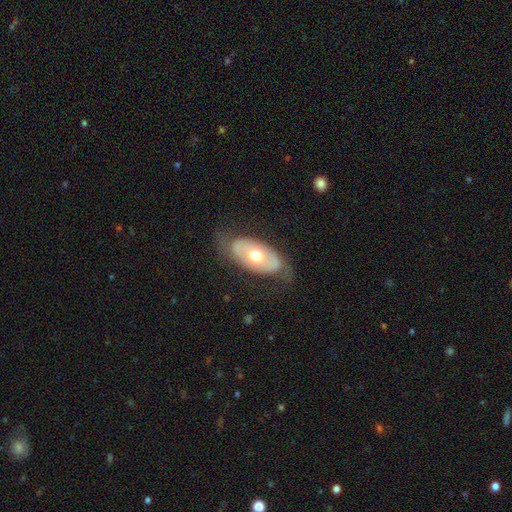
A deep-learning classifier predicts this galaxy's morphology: type=featured or disk (51%); edge-on=no (87%); merging=none (69%).